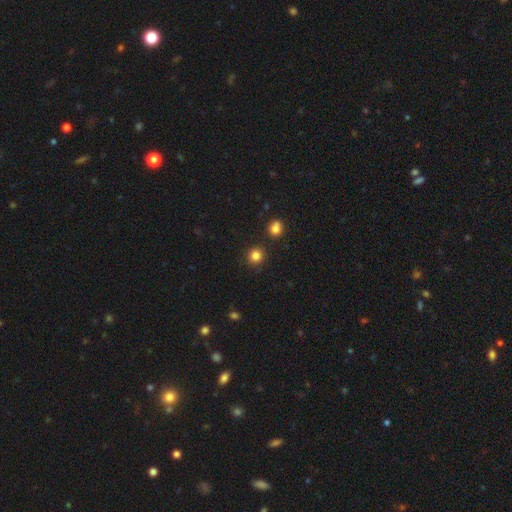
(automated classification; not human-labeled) The model was most divided on "smooth or featured": smooth: 84%, star or artifact: 12%, featured or disk: 4%. More confident: how rounded — round (93%); merging — none (89%).